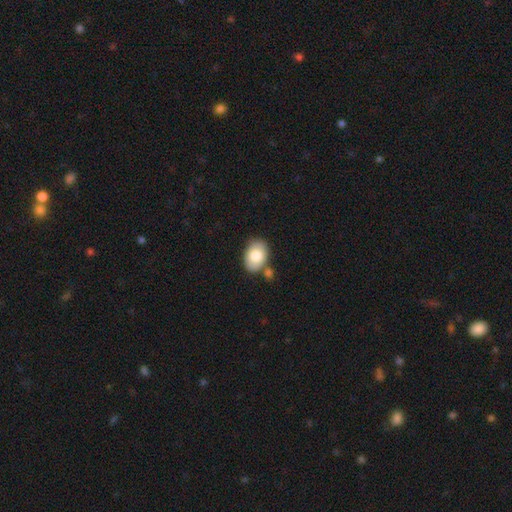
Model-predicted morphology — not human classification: Overall: smooth (78%). How rounded: in between (85%). Merging: none (67%).